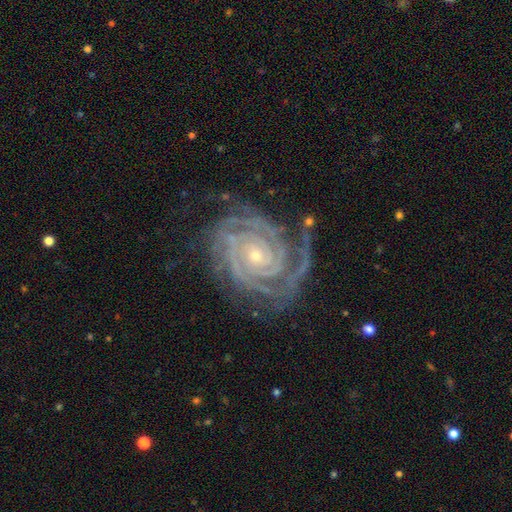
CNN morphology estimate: Smooth or featured? featured or disk (92%)
Edge-on disk? no (97%)
Bar? no (71%)
Spiral arms? yes (99%)
Spiral winding? tight (85%)
Spiral arm count? 2 (34%)
Bulge size? small (75%)
Merging? none (72%)